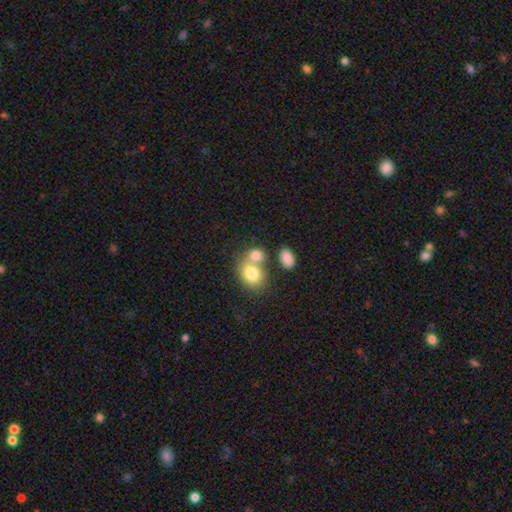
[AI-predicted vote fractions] smooth 79%, featured or disk 12%, star or artifact 9%. Down the decision tree: how rounded — in between (57%); merging — merger (51%).